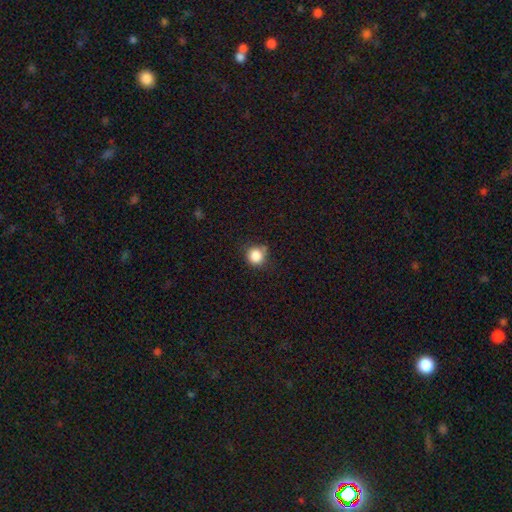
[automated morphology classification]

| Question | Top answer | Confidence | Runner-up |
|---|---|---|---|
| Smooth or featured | smooth | 85% | star or artifact (10%) |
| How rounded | round | 91% | in between (8%) |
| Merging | none | 67% | minor disturbance (24%) |